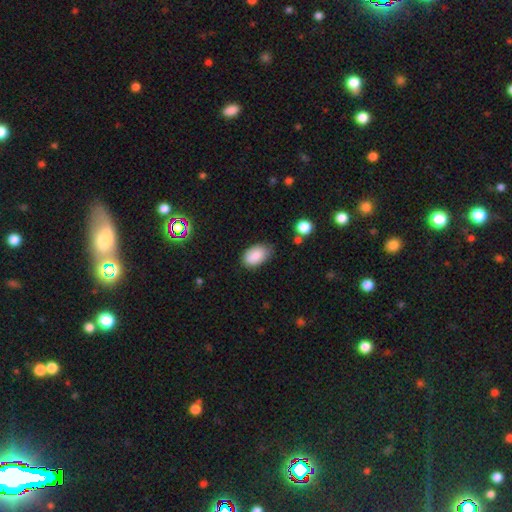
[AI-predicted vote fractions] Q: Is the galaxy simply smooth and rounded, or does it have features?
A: smooth — 86%.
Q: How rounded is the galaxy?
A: in between — 92%.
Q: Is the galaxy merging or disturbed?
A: none — 73%.